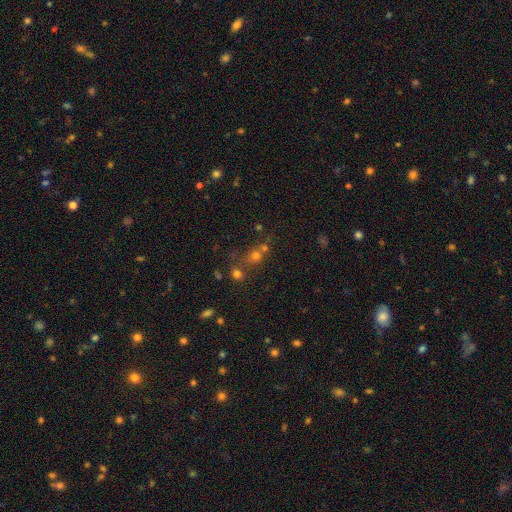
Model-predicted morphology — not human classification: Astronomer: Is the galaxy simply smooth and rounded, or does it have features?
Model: smooth — 57%.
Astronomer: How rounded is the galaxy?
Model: round — 82%.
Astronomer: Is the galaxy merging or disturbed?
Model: none — 52% (runner-up: merger, 34%).